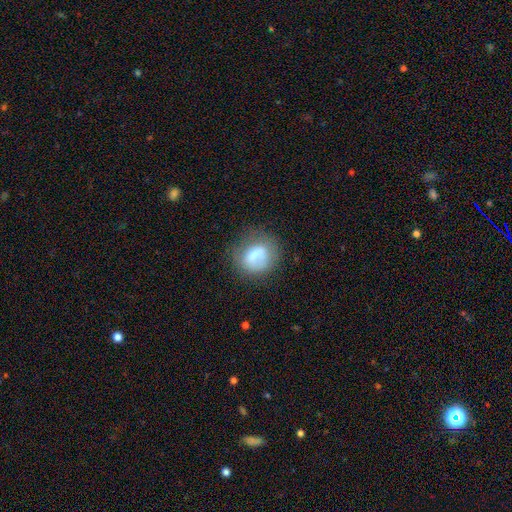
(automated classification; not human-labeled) smooth-or-featured: smooth: 64% | featured or disk: 26% | star or artifact: 10%
  how-rounded: round: 69% | in between: 30% | cigar-shaped: 1%
  merging: none: 55% | minor disturbance: 22% | major disturbance: 15% | merger: 8%